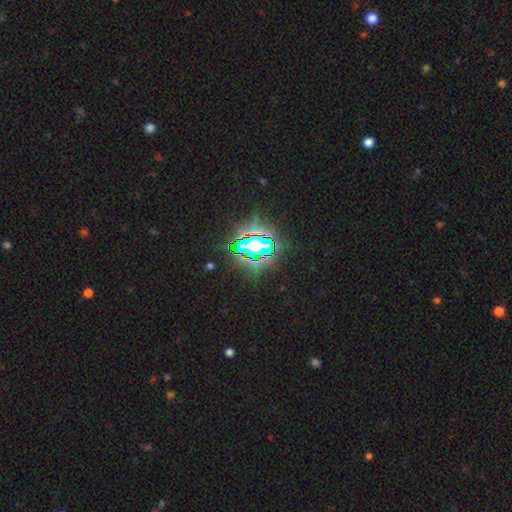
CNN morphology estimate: A star or artifact, not a galaxy (75%).

Vote fractions:
- Smooth or featured? star or artifact: 75% / smooth: 15% / featured or disk: 10%